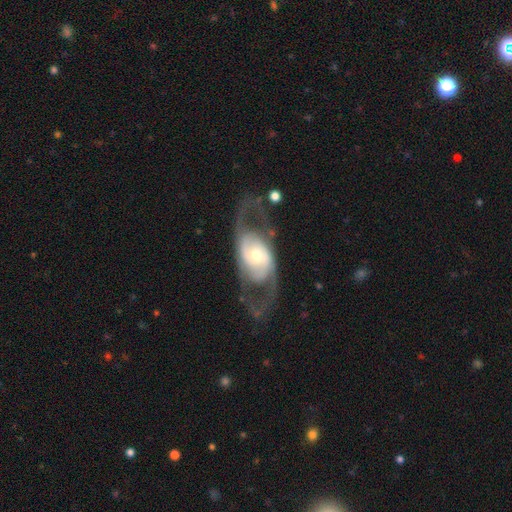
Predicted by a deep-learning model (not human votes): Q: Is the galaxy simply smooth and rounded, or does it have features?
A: featured or disk — 82%.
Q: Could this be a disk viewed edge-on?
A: no — 93%.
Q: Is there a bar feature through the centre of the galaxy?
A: no — 64%.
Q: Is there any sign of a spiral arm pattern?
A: yes — 76%.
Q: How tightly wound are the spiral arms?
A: medium — 45%.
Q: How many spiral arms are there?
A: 2 — 84%.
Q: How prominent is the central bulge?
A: moderate — 58%.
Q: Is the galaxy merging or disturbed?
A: none — 65%.